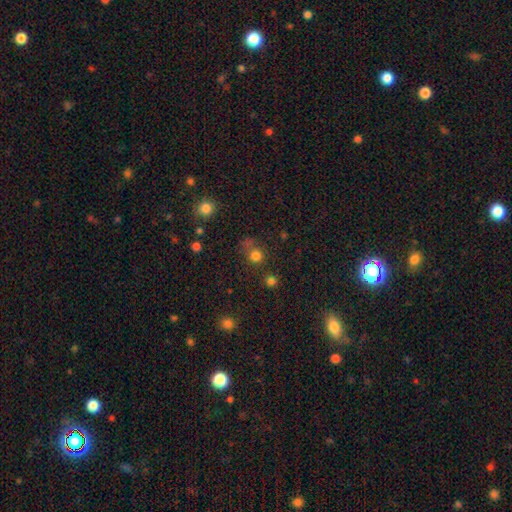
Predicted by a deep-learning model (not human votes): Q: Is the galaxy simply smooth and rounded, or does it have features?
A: smooth — 75%.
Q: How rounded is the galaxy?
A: round — 89%.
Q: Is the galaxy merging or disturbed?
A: none — 67%.